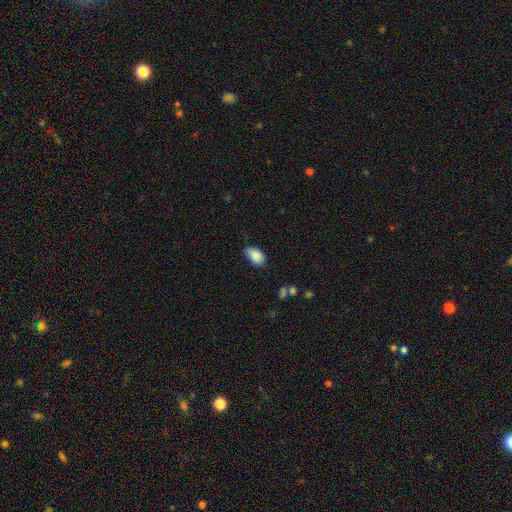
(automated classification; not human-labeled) smooth-or-featured: smooth: 86% | star or artifact: 8% | featured or disk: 6%
  how-rounded: in between: 89% | round: 10% | cigar-shaped: 1%
  merging: none: 54% | minor disturbance: 38% | major disturbance: 6% | merger: 2%